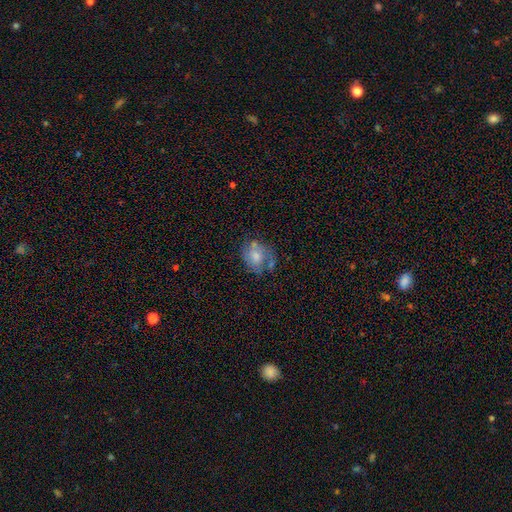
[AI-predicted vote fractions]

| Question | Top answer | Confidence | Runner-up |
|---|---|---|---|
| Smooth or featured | smooth | 61% | featured or disk (30%) |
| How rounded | round | 51% | in between (48%) |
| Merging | none | 49% | minor disturbance (27%) |